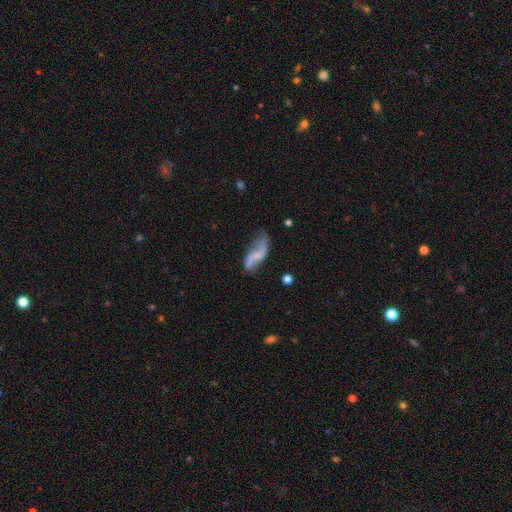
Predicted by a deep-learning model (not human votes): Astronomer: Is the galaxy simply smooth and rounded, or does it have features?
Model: featured or disk — 74%.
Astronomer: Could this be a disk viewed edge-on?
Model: no — 94%.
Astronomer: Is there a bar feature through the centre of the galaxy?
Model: no — 48% (runner-up: weak, 38%).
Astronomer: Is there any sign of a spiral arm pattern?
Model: yes — 89%.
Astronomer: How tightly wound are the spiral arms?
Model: loose — 87%.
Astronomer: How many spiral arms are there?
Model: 2 — 89%.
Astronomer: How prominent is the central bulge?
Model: small — 42%, tied with none at 42%.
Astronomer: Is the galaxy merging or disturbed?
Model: none — 54%.